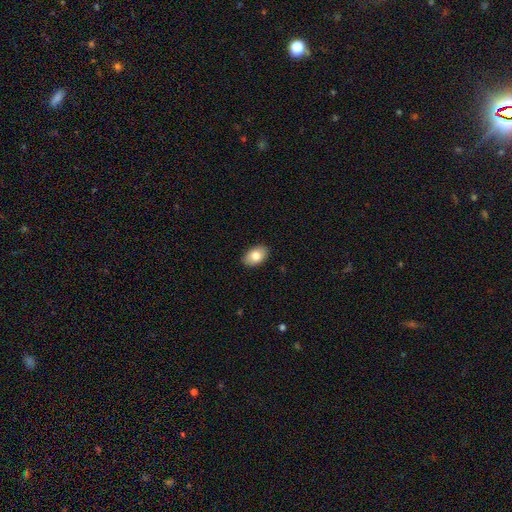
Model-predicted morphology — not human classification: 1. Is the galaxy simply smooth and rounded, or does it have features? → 82% smooth, 11% featured or disk, 7% star or artifact.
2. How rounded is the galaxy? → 91% in between, 8% round, 1% cigar-shaped.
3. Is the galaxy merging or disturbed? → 88% none, 9% minor disturbance, 2% major disturbance, 1% merger.